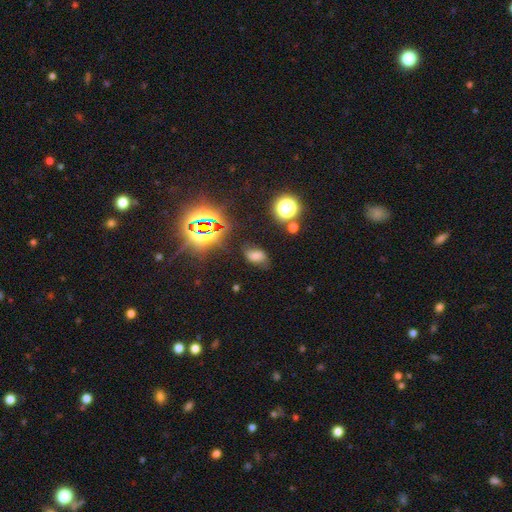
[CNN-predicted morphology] Smooth or featured?
  - smooth: 57% *
  - star or artifact: 28%
  - featured or disk: 16%
How rounded?
  - in between: 84% *
  - round: 13%
  - cigar-shaped: 3%
Merging?
  - none: 65% *
  - minor disturbance: 22%
  - major disturbance: 9%
  - merger: 4%